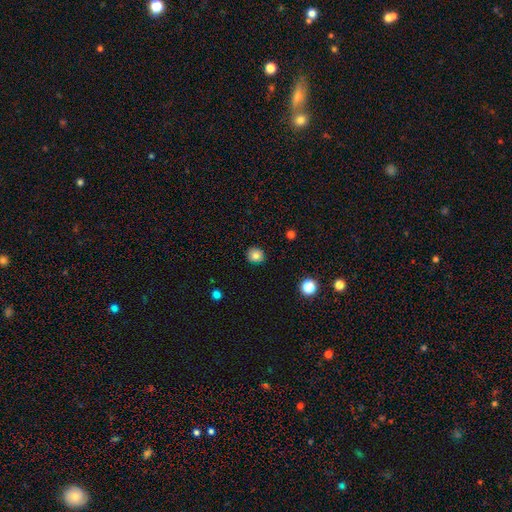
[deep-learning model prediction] Smooth or featured?
  - smooth: 82% *
  - star or artifact: 11%
  - featured or disk: 7%
How rounded?
  - round: 87% *
  - in between: 12%
  - cigar-shaped: 1%
Merging?
  - none: 90% *
  - minor disturbance: 7%
  - major disturbance: 2%
  - merger: 1%